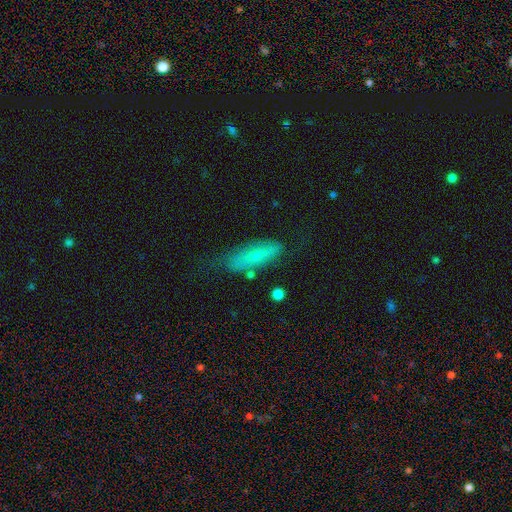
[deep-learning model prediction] A smooth galaxy with no disk features (60%) that is cigar-shaped (50%).

Vote fractions:
- Smooth or featured? smooth: 60% / featured or disk: 32% / star or artifact: 8%
- How rounded? cigar-shaped: 50% / in between: 47% / round: 3%
- Merging? none: 62% / minor disturbance: 26% / major disturbance: 8% / merger: 4%